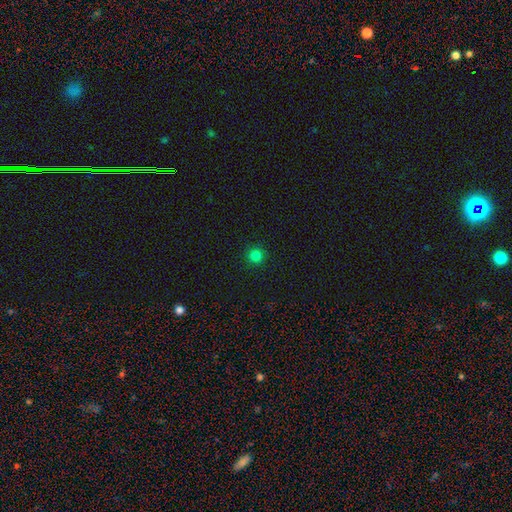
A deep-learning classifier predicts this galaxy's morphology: Smooth or featured?
  - smooth: 82% *
  - star or artifact: 15%
  - featured or disk: 3%
How rounded?
  - round: 96% *
  - in between: 3%
  - cigar-shaped: 1%
Merging?
  - none: 92% *
  - minor disturbance: 5%
  - major disturbance: 2%
  - merger: 1%